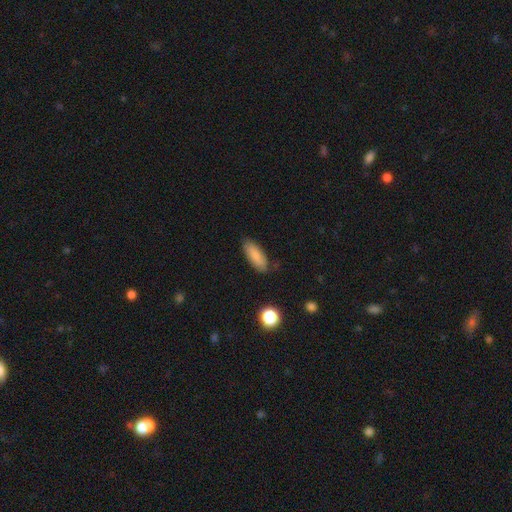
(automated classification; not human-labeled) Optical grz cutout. It shows a smooth galaxy with no disk features (84%) that is in between round and cigar-shaped (73%). Merging: none (82%).